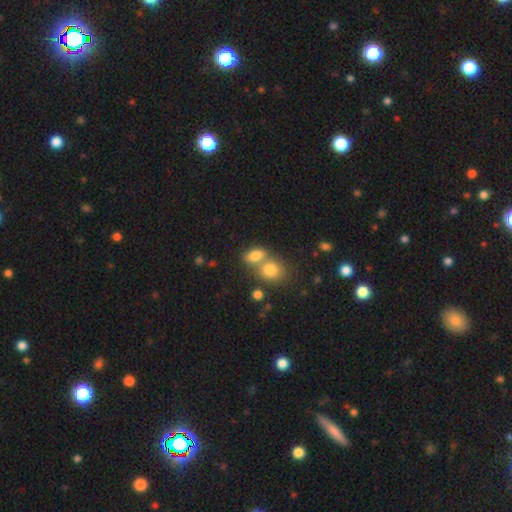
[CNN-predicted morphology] Smooth or featured?
  - smooth: 79% *
  - featured or disk: 11%
  - star or artifact: 10%
How rounded?
  - in between: 76% *
  - round: 20%
  - cigar-shaped: 4%
Merging?
  - merger: 52% *
  - none: 35%
  - minor disturbance: 9%
  - major disturbance: 4%